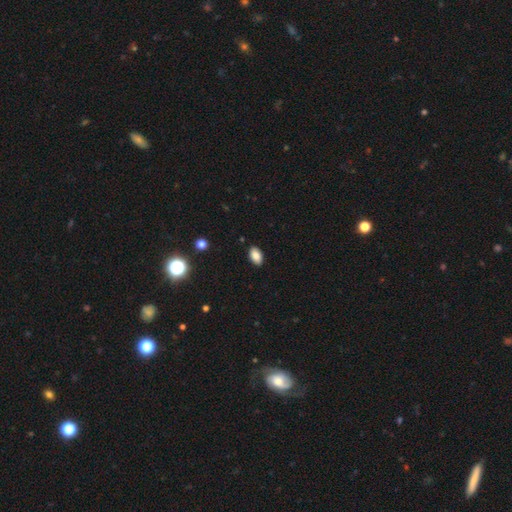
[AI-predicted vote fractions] smooth-or-featured: smooth: 86% | star or artifact: 9% | featured or disk: 5%
  how-rounded: in between: 92% | round: 6% | cigar-shaped: 2%
  merging: none: 89% | minor disturbance: 8% | major disturbance: 2% | merger: 1%